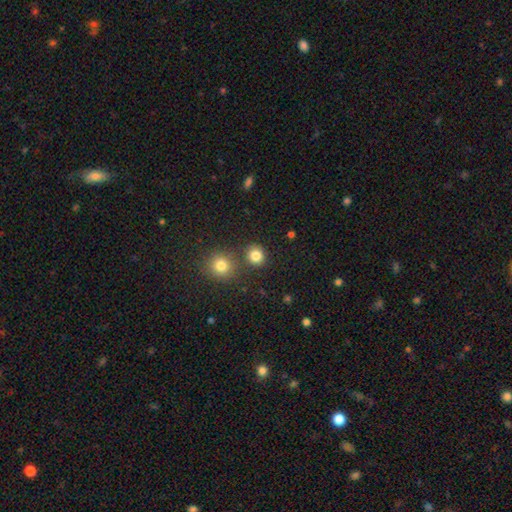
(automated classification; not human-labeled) Smooth or featured? Predicted: smooth (p=0.82). How rounded? Predicted: round (p=0.86). Merging? Predicted: none (p=0.80).